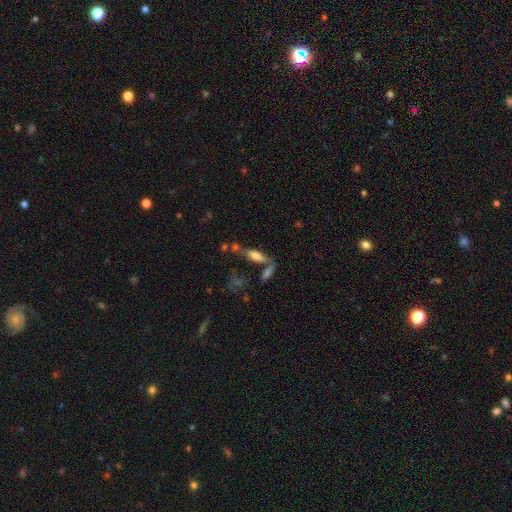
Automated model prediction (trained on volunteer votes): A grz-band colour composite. It shows a smooth galaxy with no disk features (69%) that is in between round and cigar-shaped (57%). Merging: none (53%).